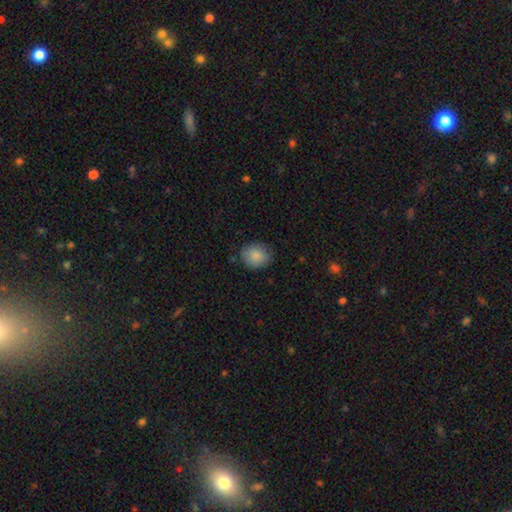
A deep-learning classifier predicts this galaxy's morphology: This appears to be a smooth galaxy with no disk features (87%) that is round (63%). Merging: none (83%).